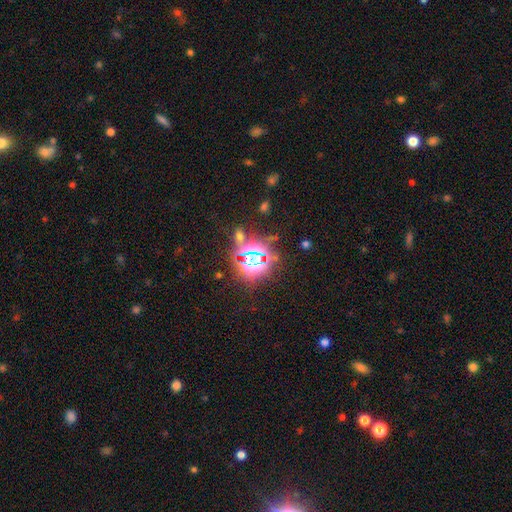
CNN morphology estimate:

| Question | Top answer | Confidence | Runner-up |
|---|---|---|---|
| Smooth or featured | star or artifact | 81% | smooth (11%) |